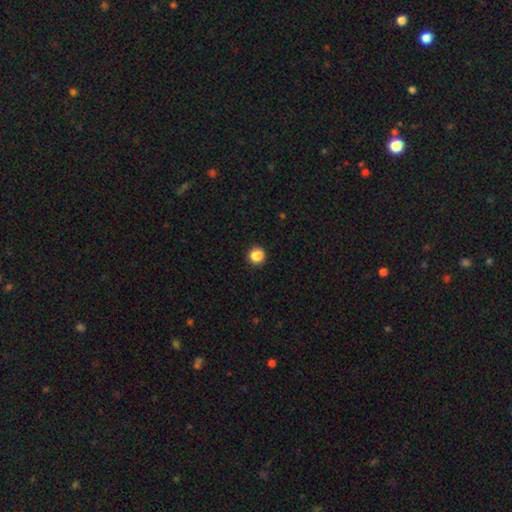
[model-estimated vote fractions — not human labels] Smooth or featured? smooth (87%)
How rounded? round (90%)
Merging? none (91%)